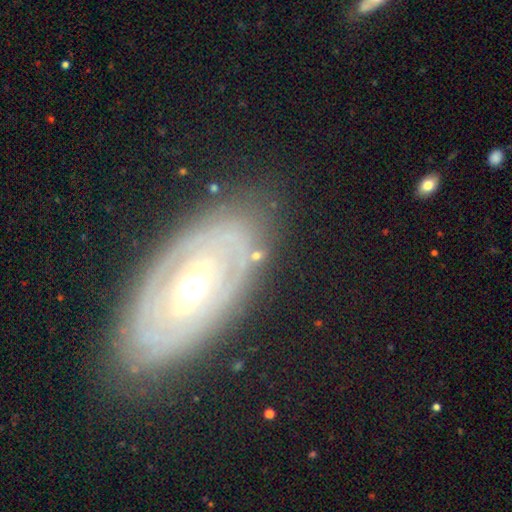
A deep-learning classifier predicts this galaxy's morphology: featured or disk 40%, smooth 34%, star or artifact 26%. Down the decision tree: merging — none (70%).